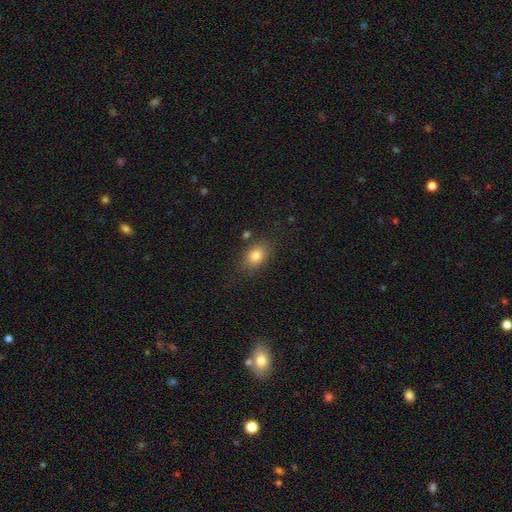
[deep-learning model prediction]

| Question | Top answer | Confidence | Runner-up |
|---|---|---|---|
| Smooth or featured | smooth | 81% | star or artifact (10%) |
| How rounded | in between | 72% | round (27%) |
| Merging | none | 78% | minor disturbance (14%) |